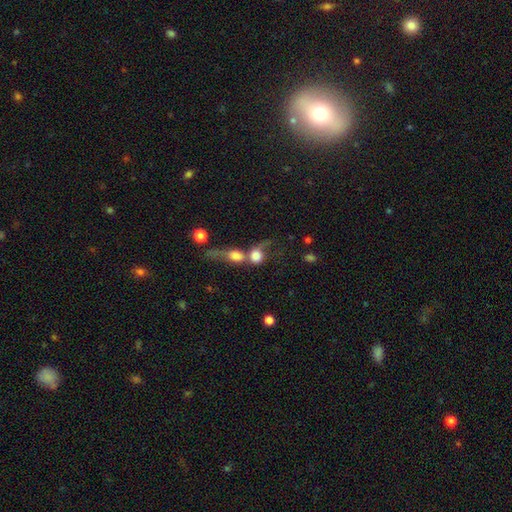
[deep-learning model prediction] Smooth or featured? smooth (70%)
How rounded? round (63%)
Merging? merger (72%)